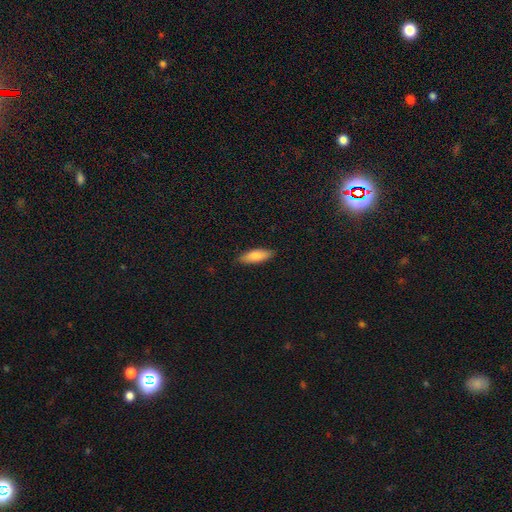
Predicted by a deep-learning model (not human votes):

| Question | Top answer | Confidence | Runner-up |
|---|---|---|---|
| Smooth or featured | smooth | 83% | featured or disk (11%) |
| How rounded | in between | 62% | cigar-shaped (36%) |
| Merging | none | 87% | minor disturbance (10%) |